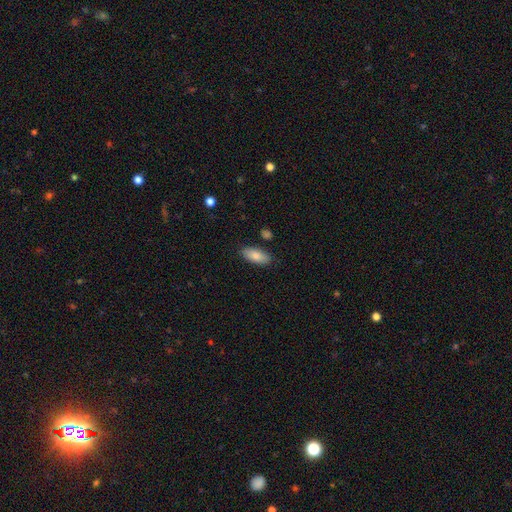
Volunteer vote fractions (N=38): smooth-or-featured: smooth: 89% | featured or disk: 5% | star or artifact: 5%
  how-rounded: in between: 85% | round: 9% | cigar-shaped: 6%
  merging: none: 89% | minor disturbance: 11% | major disturbance: 0% | merger: 0%